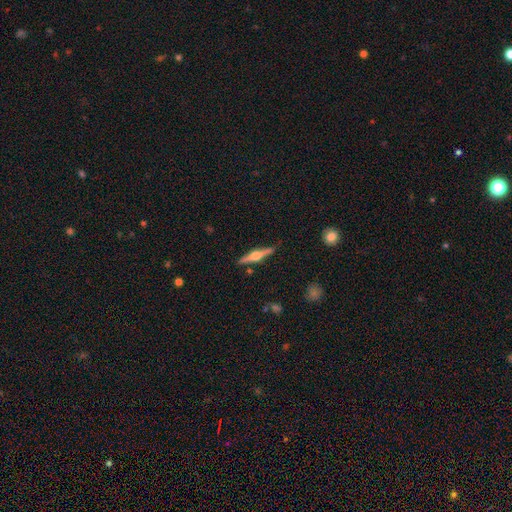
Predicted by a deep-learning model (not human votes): Overall: featured or disk (76%). Edge-on disk: yes (98%). Edge-on bulge: rounded (93%). Merging: none (89%).